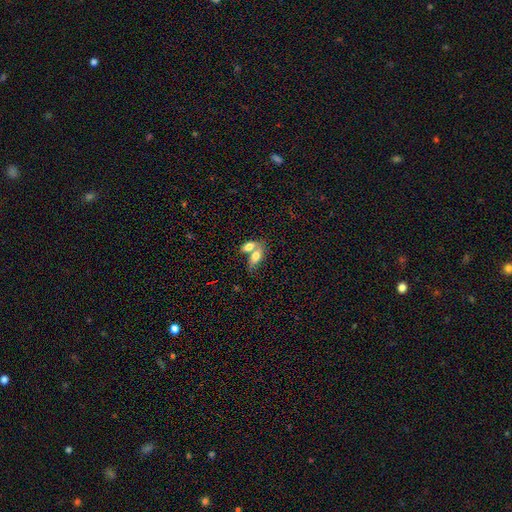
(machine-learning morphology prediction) A smooth galaxy with no disk features (72%) that is in between round and cigar-shaped (85%). Merging: merger (68%).